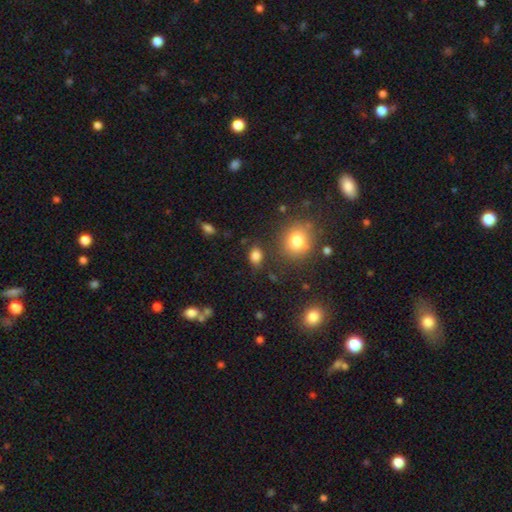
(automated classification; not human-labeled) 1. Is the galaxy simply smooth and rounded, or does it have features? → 82% smooth, 12% star or artifact, 6% featured or disk.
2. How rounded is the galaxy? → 72% in between, 27% round, 2% cigar-shaped.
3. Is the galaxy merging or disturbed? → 78% none, 13% minor disturbance, 4% major disturbance, 4% merger.